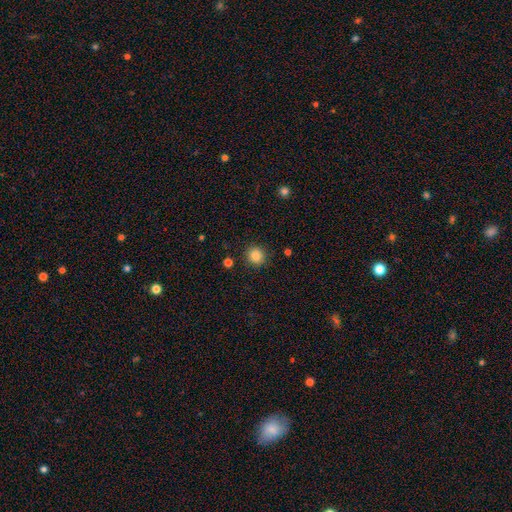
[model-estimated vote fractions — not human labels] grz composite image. It shows a smooth galaxy with no disk features (85%) that is round (91%). Merging: none (90%).